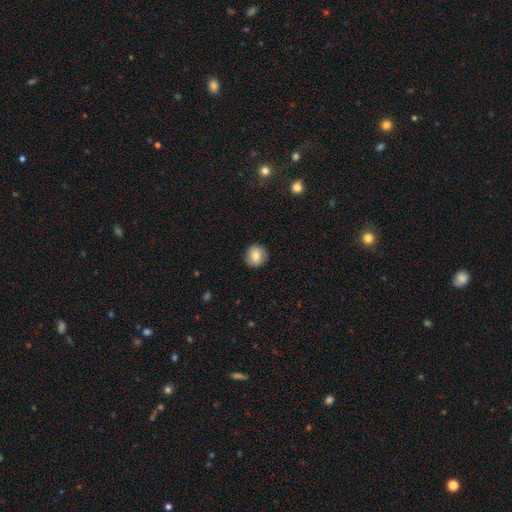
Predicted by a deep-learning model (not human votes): Smooth or featured? smooth (75%)
How rounded? round (88%)
Merging? none (88%)